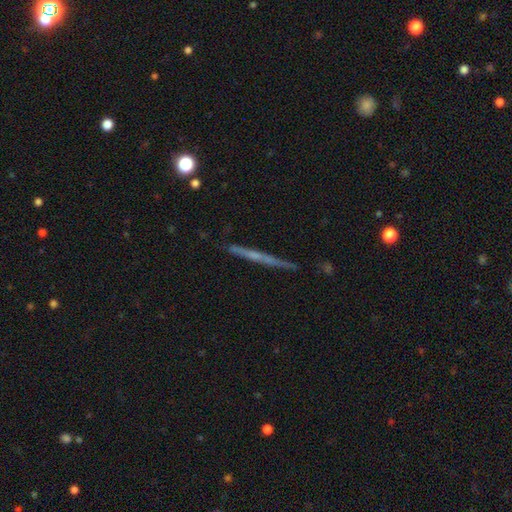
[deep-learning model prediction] smooth_or_featured: featured or disk (p=0.64) [alt: smooth p=0.28]
disk_edge_on: yes (p=0.97) [alt: no p=0.03]
edge_on_bulge: none (p=0.67) [alt: rounded p=0.26]
merging: none (p=0.88) [alt: minor disturbance p=0.08]